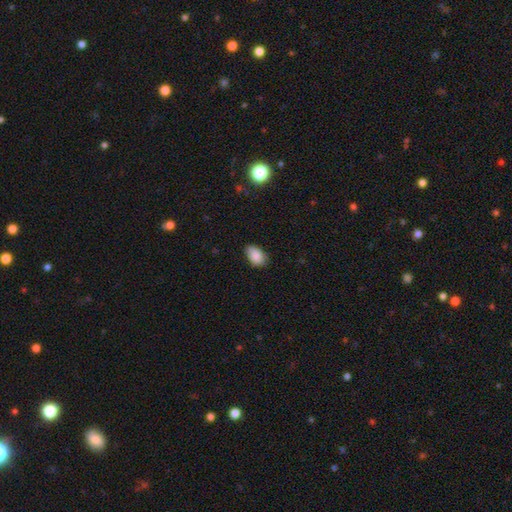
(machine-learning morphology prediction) This is clearly a smooth galaxy (88%). How rounded: clearly in between (89%). Merging: likely none (75%).